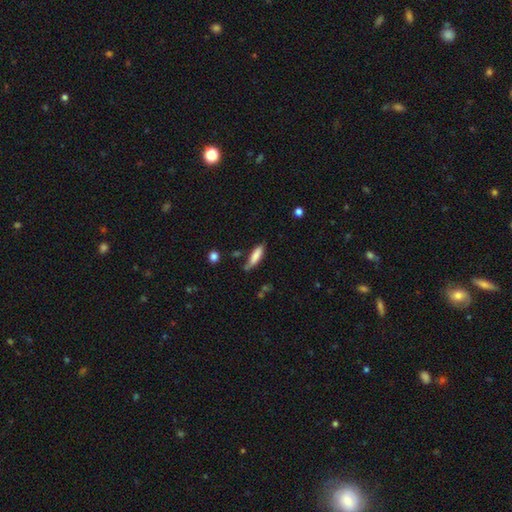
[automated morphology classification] smooth_or_featured: smooth (p=0.81) [alt: featured or disk p=0.13]
how_rounded: cigar-shaped (p=0.63) [alt: in between p=0.36]
merging: none (p=0.65) [alt: minor disturbance p=0.25]